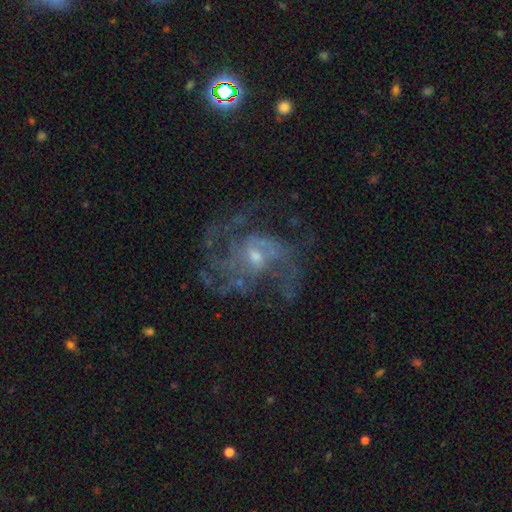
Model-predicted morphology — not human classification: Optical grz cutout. It shows a featured or disk galaxy (82%) with no bar (60%), medium (48%) spiral arms (87%) and a small central bulge (58%). Merging: none (55%).